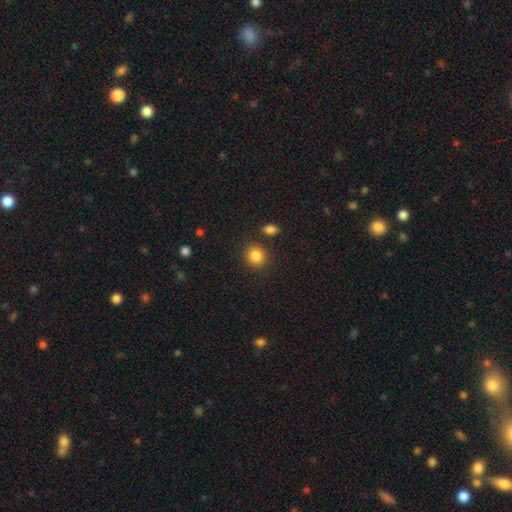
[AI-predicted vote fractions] The model was most divided on "how rounded": round: 83%, in between: 16%, cigar-shaped: 1%. More confident: smooth or featured — smooth (86%); merging — none (85%).